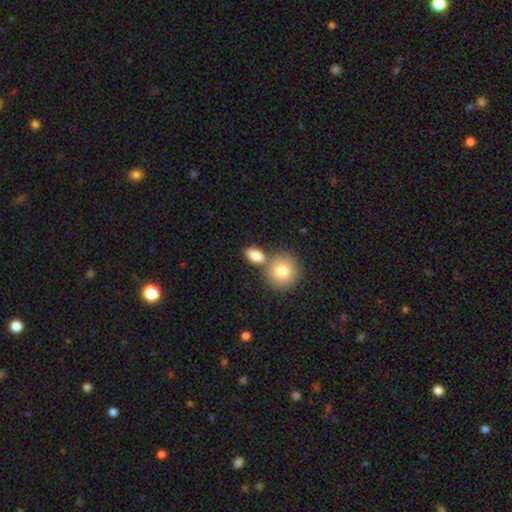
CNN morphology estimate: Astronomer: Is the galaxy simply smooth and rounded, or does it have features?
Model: smooth — 83%.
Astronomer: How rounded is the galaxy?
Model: in between — 71%.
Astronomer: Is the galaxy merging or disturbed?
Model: none — 52% (runner-up: merger, 33%).